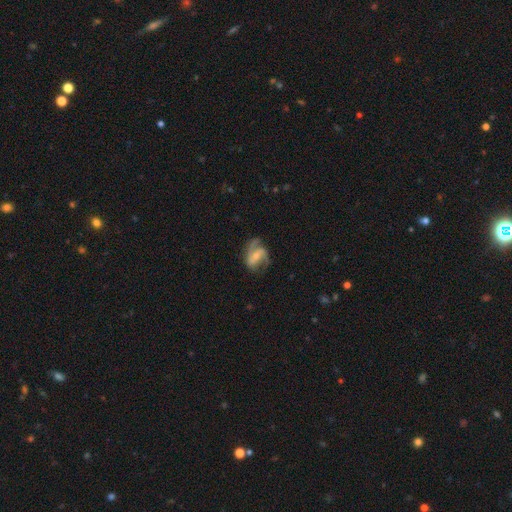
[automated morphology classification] Smooth or featured?
  - featured or disk: 82% *
  - smooth: 12%
  - star or artifact: 6%
Edge-on disk?
  - no: 97% *
  - yes: 3%
Bar?
  - weak: 43% *
  - strong: 31%
  - no: 25%
Spiral arms?
  - yes: 94% *
  - no: 6%
Spiral winding?
  - medium: 49% *
  - loose: 31%
  - tight: 20%
Spiral arm count?
  - 2: 71% *
  - 3: 12%
  - can't tell: 7%
  - 1: 6%
  - 4: 2%
  - more than 4: 2%
Bulge size?
  - small: 52% *
  - moderate: 40%
  - none: 5%
  - large: 2%
  - dominant: 1%
Merging?
  - none: 61% *
  - minor disturbance: 21%
  - major disturbance: 16%
  - merger: 2%